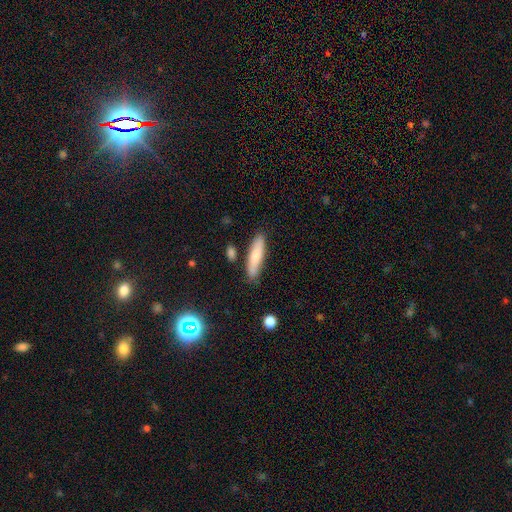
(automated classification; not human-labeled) Smooth or featured: smooth — 78% (featured or disk — 16%)
How rounded: cigar-shaped — 75% (in between — 23%)
Merging: none — 83% (minor disturbance — 11%)